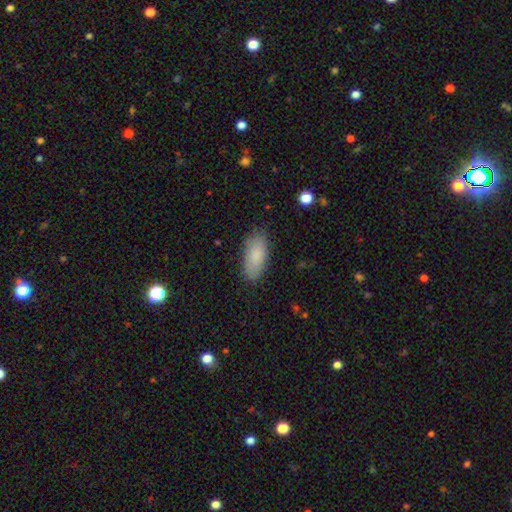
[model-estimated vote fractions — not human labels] smooth-or-featured: smooth: 86% | featured or disk: 8% | star or artifact: 6%
  how-rounded: in between: 86% | cigar-shaped: 12% | round: 2%
  merging: none: 83% | minor disturbance: 13% | major disturbance: 3% | merger: 1%